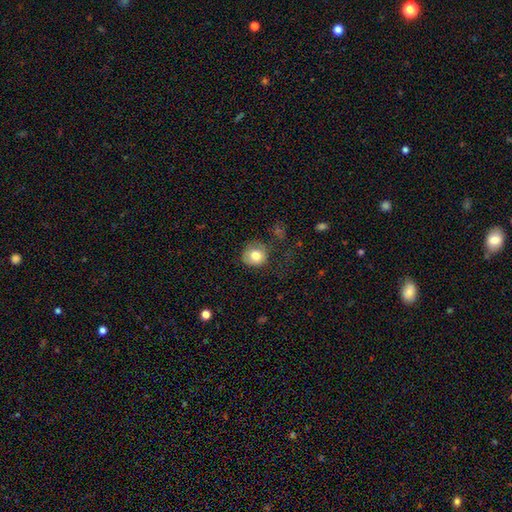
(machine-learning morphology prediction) A smooth galaxy with no disk features (78%) that is round (83%).

Vote fractions:
- Smooth or featured? smooth: 78% / featured or disk: 13% / star or artifact: 9%
- How rounded? round: 83% / in between: 16% / cigar-shaped: 1%
- Merging? none: 59% / minor disturbance: 24% / major disturbance: 15% / merger: 2%